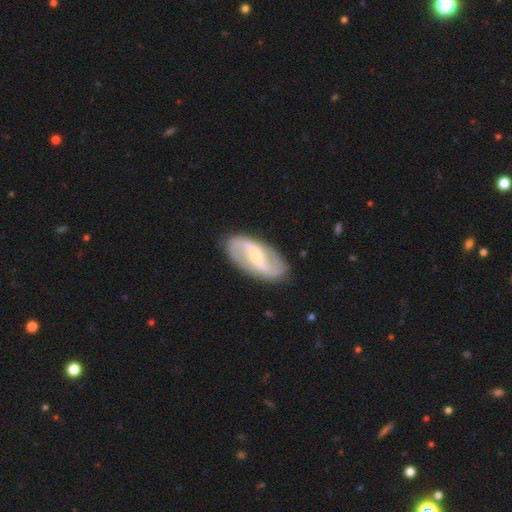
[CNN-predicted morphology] Smooth or featured? Predicted: featured or disk (p=0.83). Edge-on disk? Predicted: no (p=0.96). Bar? Predicted: strong (p=0.43). Spiral arms? Predicted: yes (p=0.93). Spiral winding? Predicted: loose (p=0.47). Spiral arm count? Predicted: 2 (p=0.92). Bulge size? Predicted: small (p=0.59). Merging? Predicted: none (p=0.86).